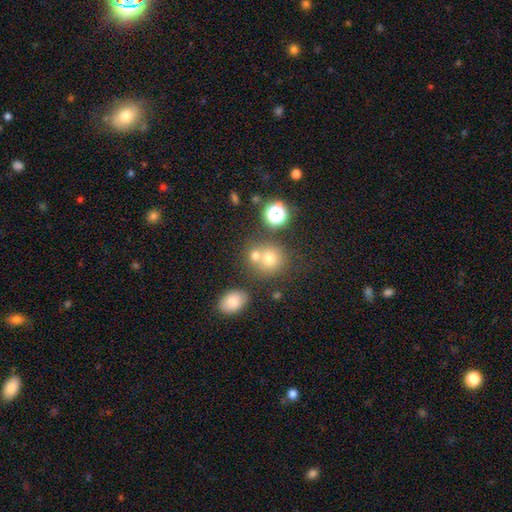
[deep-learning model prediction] A smooth galaxy with no disk features (70%) that is round (81%). Merging: none (52%).